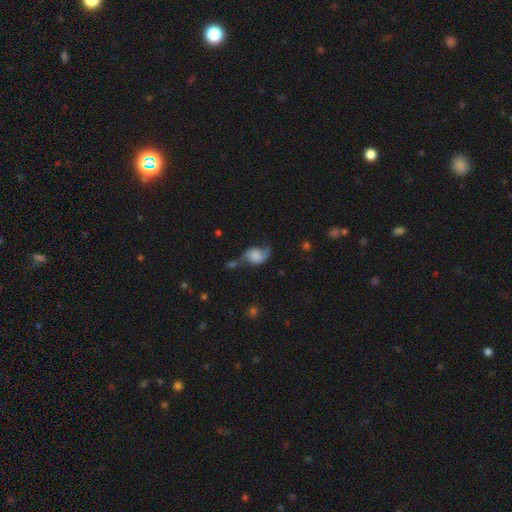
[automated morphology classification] A featured or disk galaxy (47%). Merging: none (39%).